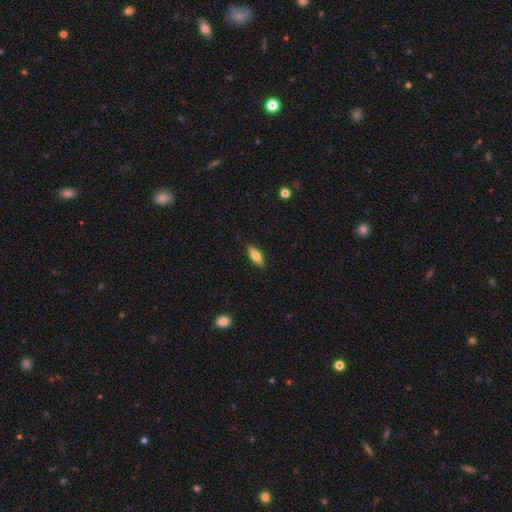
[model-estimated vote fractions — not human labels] Smooth or featured? Predicted: smooth (p=0.69). How rounded? Predicted: in between (p=0.64). Merging? Predicted: none (p=0.86).